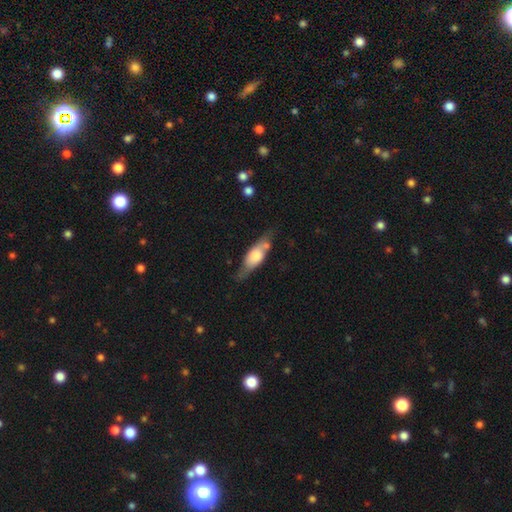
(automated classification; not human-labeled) Overall: smooth (52%; featured or disk 42%). How rounded: in between (56%; cigar-shaped 41%). Merging: none (62%; minor disturbance 24%).